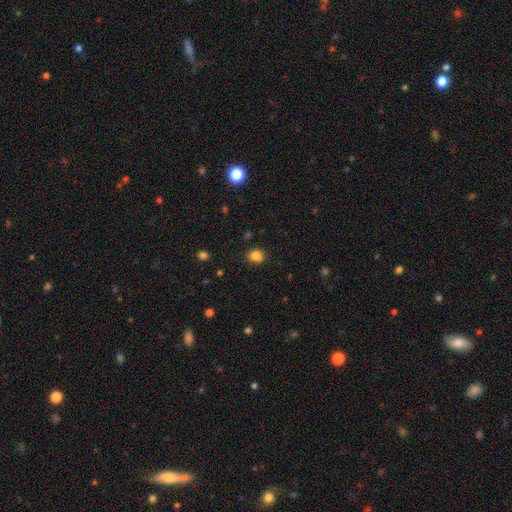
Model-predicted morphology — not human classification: Smooth or featured?
  - smooth: 80% *
  - star or artifact: 12%
  - featured or disk: 7%
How rounded?
  - round: 64% *
  - in between: 35%
  - cigar-shaped: 1%
Merging?
  - none: 67% *
  - minor disturbance: 17%
  - merger: 12%
  - major disturbance: 4%